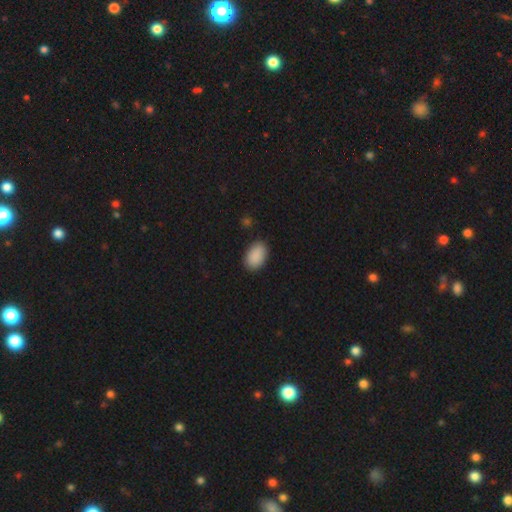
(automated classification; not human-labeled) This is clearly a smooth galaxy (90%). How rounded: clearly in between (91%). Merging: clearly none (86%).